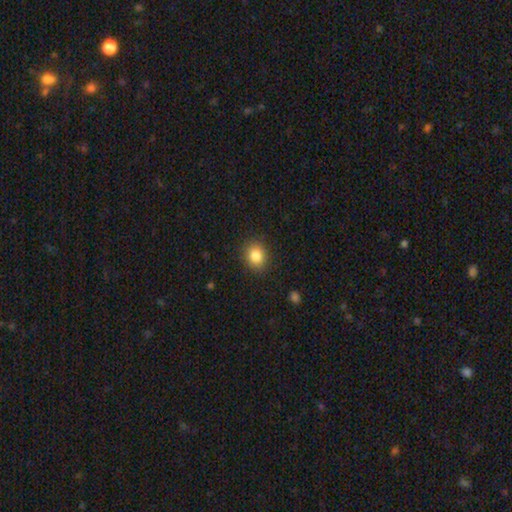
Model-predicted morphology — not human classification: Smooth or featured? smooth (84%)
How rounded? round (66%)
Merging? none (87%)